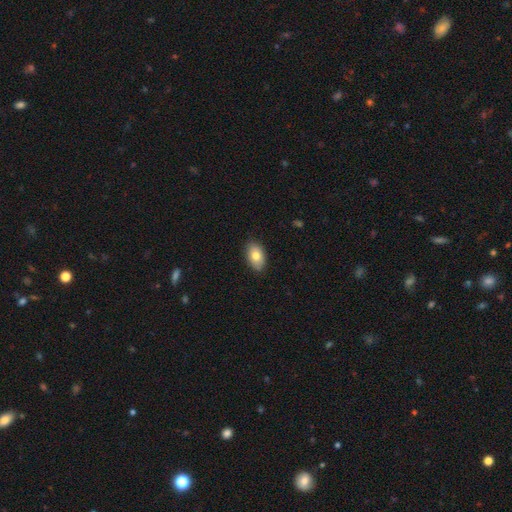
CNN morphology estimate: smooth-or-featured: smooth: 79% | featured or disk: 14% | star or artifact: 7%
  how-rounded: in between: 91% | round: 7% | cigar-shaped: 2%
  merging: none: 86% | minor disturbance: 11% | major disturbance: 2% | merger: 1%